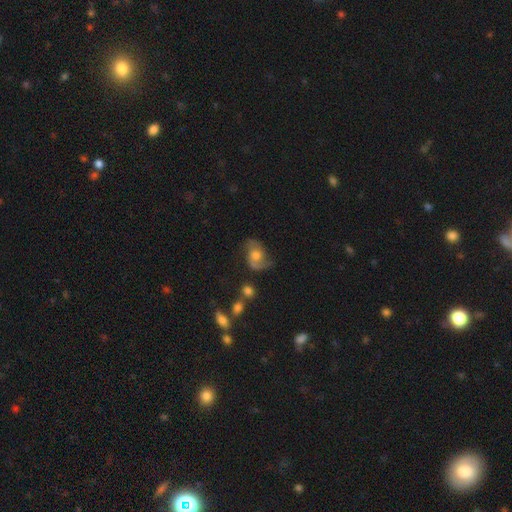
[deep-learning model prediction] Q: Smooth or featured?
A: featured or disk (71%); runner-up: smooth (21%)
Q: Edge-on disk?
A: no (97%); runner-up: yes (3%)
Q: Bar?
A: no (66%); runner-up: weak (29%)
Q: Spiral arms?
A: yes (91%); runner-up: no (9%)
Q: Spiral winding?
A: loose (44%); runner-up: medium (43%)
Q: Spiral arm count?
A: 2 (83%); runner-up: 1 (9%)
Q: Bulge size?
A: moderate (56%); runner-up: large (23%)
Q: Merging?
A: none (60%); runner-up: minor disturbance (22%)